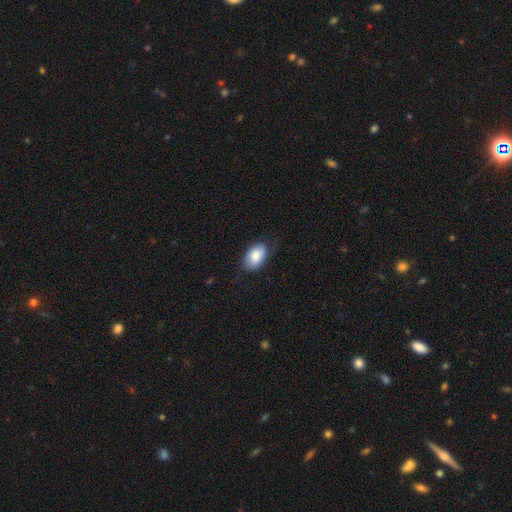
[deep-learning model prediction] A smooth galaxy with no disk features (81%) that is in between round and cigar-shaped (91%). Merging: none (72%).